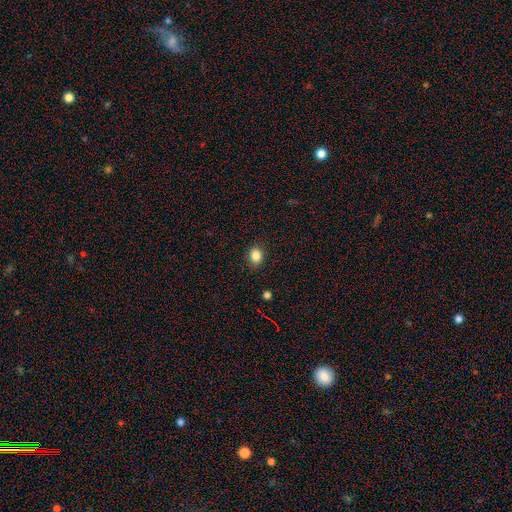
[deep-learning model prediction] Smooth or featured? smooth (85%)
How rounded? in between (53%)
Merging? none (88%)